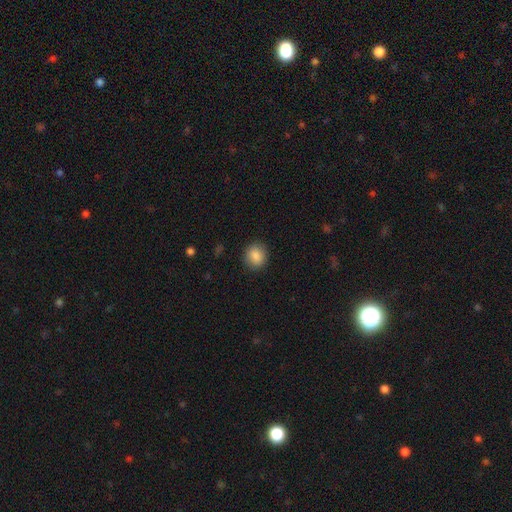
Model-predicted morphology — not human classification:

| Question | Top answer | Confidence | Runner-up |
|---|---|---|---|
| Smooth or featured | smooth | 88% | star or artifact (8%) |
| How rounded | round | 77% | in between (22%) |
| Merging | none | 88% | minor disturbance (9%) |